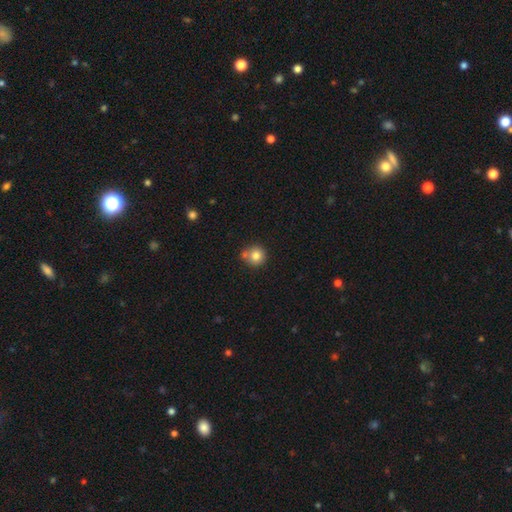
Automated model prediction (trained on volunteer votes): A smooth galaxy with no disk features (80%) that is round (92%). Merging: none (64%).